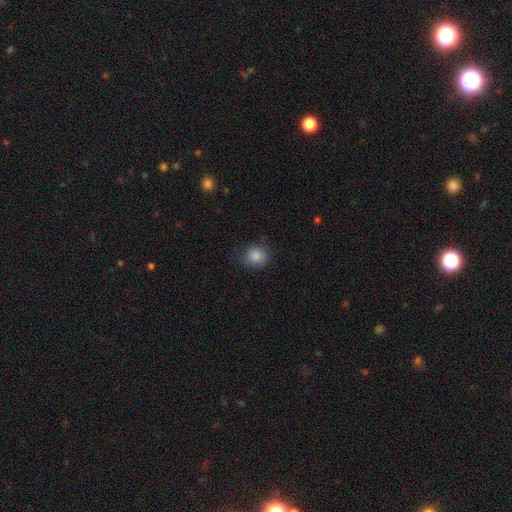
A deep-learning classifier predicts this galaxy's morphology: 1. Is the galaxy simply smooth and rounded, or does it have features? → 85% smooth, 10% star or artifact, 5% featured or disk.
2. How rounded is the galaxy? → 85% round, 15% in between, 1% cigar-shaped.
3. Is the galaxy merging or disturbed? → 78% none, 17% minor disturbance, 4% major disturbance, 1% merger.